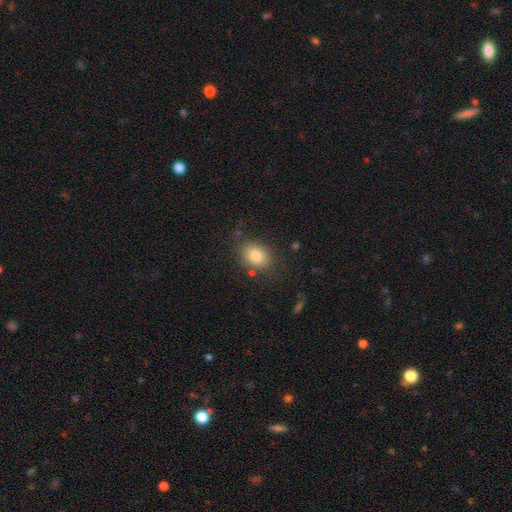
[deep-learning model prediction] Morphology: type=smooth (81%); roundness=in between (61%); merging=none (81%).